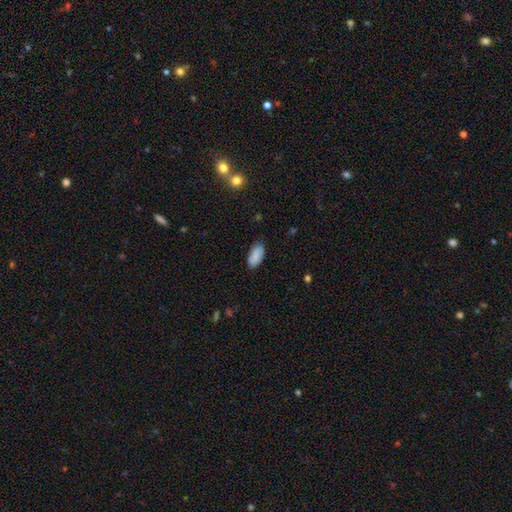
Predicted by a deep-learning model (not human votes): Morphology: type=smooth (89%); roundness=in between (93%); merging=none (85%).